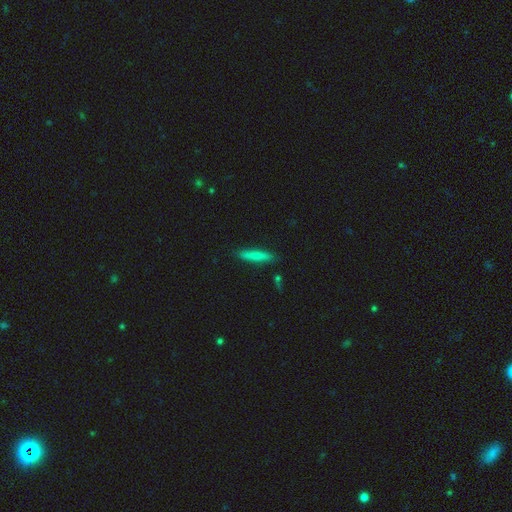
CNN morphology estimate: Overall: smooth (78%). How rounded: cigar-shaped (89%). Merging: none (86%).